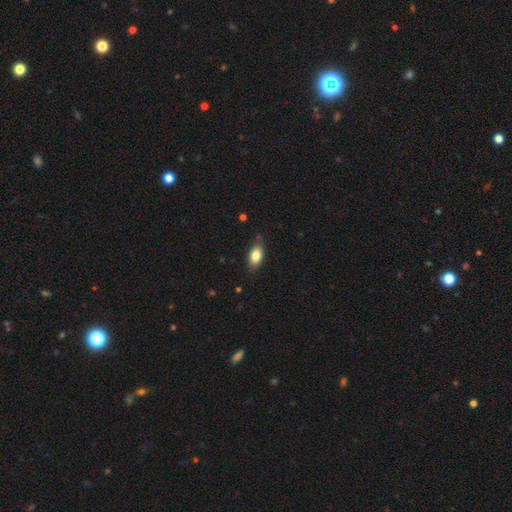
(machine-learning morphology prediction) Smooth or featured: smooth — 81% (featured or disk — 11%)
How rounded: in between — 88% (round — 6%)
Merging: none — 78% (minor disturbance — 17%)